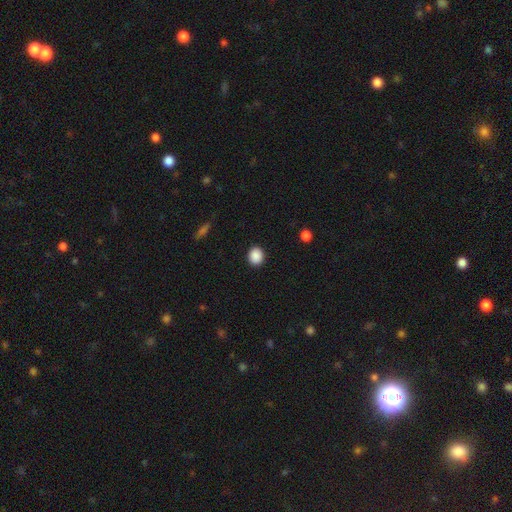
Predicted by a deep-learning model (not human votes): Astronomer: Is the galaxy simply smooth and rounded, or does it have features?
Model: smooth — 89%.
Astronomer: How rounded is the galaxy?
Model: round — 73%.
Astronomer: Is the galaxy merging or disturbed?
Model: none — 91%.